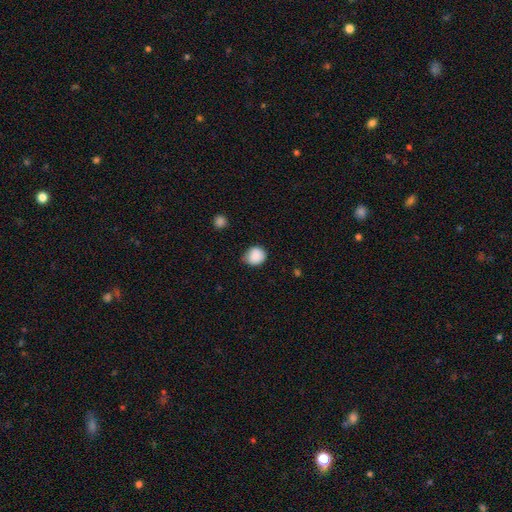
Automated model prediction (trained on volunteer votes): Smooth or featured: smooth — 88% (star or artifact — 8%)
How rounded: round — 73% (in between — 26%)
Merging: none — 70% (minor disturbance — 25%)